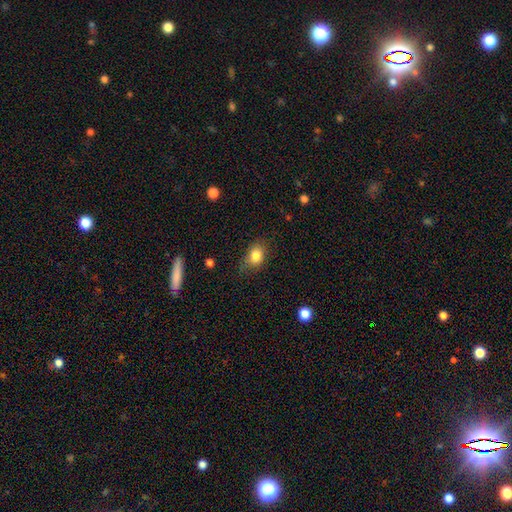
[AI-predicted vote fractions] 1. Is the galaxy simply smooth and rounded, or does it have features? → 82% smooth, 10% star or artifact, 8% featured or disk.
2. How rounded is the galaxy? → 59% in between, 39% round, 1% cigar-shaped.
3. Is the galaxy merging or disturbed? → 68% none, 24% minor disturbance, 7% major disturbance, 2% merger.